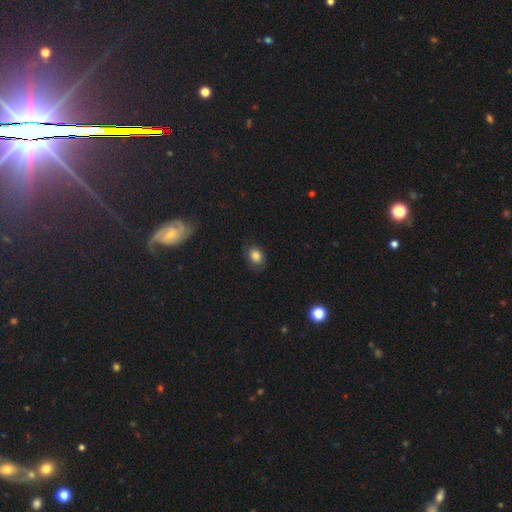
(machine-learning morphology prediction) smooth-or-featured: smooth: 81% | star or artifact: 10% | featured or disk: 9%
  how-rounded: in between: 61% | round: 38% | cigar-shaped: 1%
  merging: none: 75% | minor disturbance: 18% | major disturbance: 5% | merger: 1%